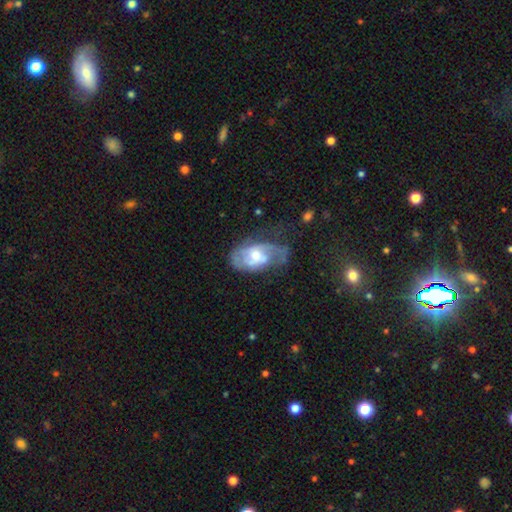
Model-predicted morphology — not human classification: type=featured or disk (70%); edge-on=no (96%); bar=no (52%); spiral arms=yes (78%); winding=medium (43%); arm count=2 (50%); bulge=moderate (59%); merging=none (38%).